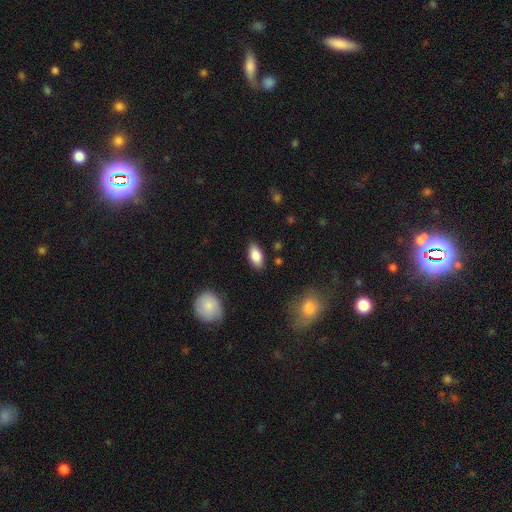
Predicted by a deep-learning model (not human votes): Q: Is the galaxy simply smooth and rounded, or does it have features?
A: smooth — 83%.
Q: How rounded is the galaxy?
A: in between — 91%.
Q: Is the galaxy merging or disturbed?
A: none — 85%.